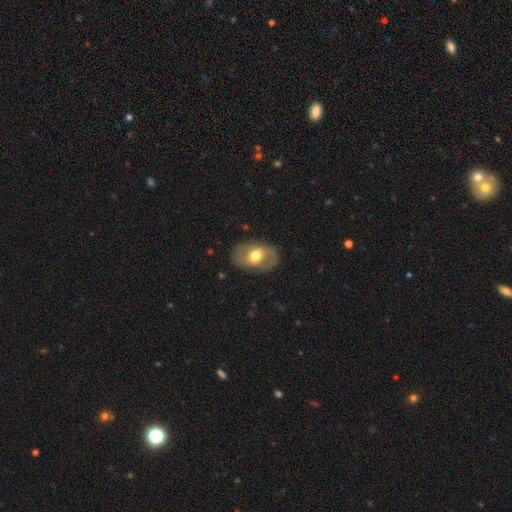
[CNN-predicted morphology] smooth-or-featured: featured or disk: 49% | smooth: 44% | star or artifact: 6%
  merging: none: 77% | minor disturbance: 15% | major disturbance: 6% | merger: 1%